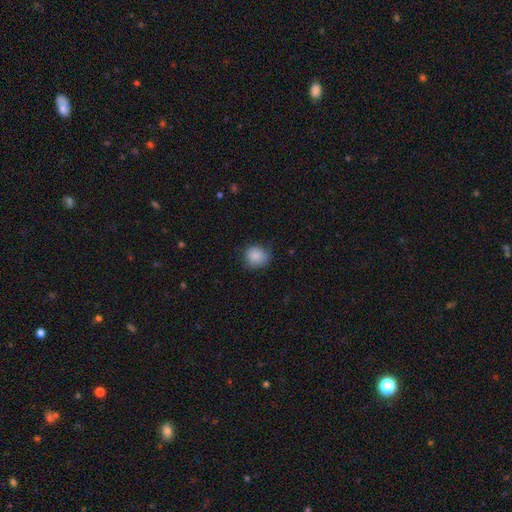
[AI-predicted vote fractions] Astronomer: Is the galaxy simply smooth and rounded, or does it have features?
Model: smooth — 86%.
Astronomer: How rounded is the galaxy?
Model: round — 84%.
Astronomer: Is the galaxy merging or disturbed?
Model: none — 72%.